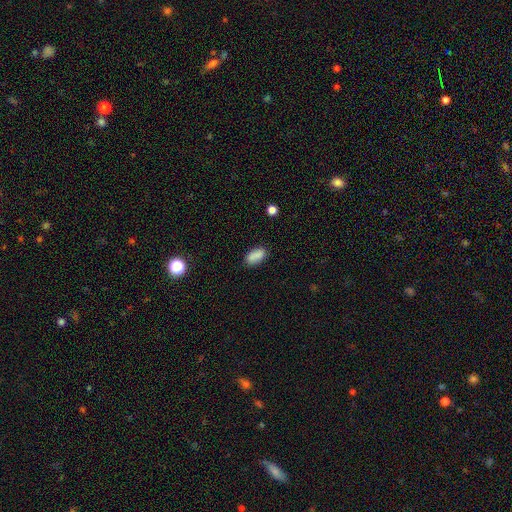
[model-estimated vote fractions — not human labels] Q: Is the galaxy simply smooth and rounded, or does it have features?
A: smooth — 87%.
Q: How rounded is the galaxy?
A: in between — 91%.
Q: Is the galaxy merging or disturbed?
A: none — 83%.